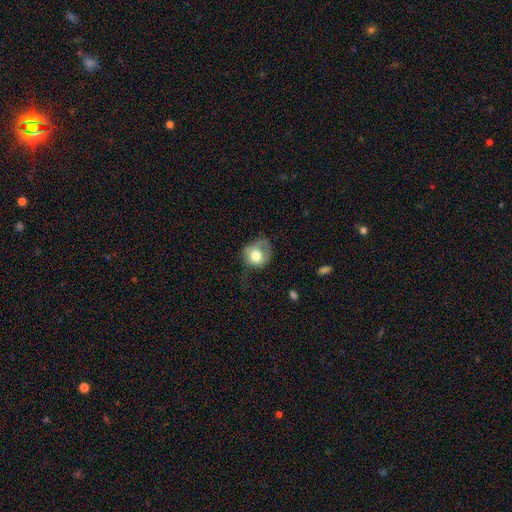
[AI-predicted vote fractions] Smooth or featured? smooth (71%)
How rounded? round (69%)
Merging? none (34%, tied with minor disturbance)